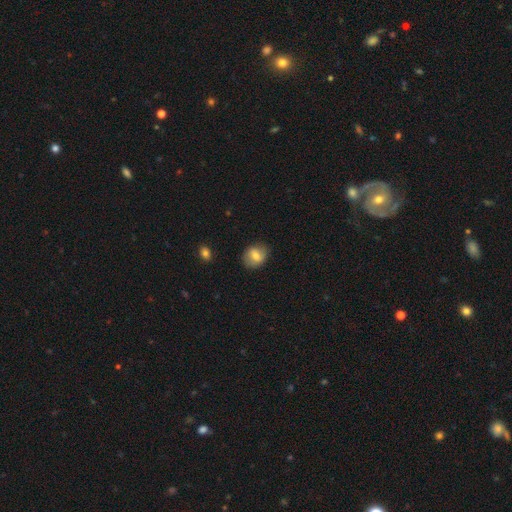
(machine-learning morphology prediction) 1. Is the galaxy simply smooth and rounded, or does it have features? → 69% smooth, 23% featured or disk, 8% star or artifact.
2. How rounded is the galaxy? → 56% round, 43% in between, 1% cigar-shaped.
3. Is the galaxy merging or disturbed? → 80% none, 15% minor disturbance, 4% major disturbance, 1% merger.